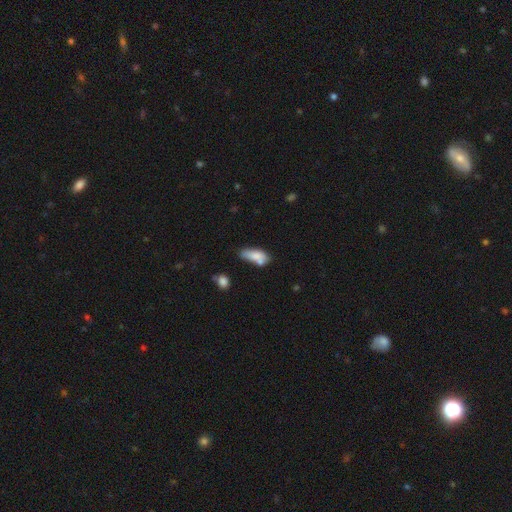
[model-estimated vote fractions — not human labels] Morphology: type=smooth (77%); roundness=in between (75%); merging=none (44%).